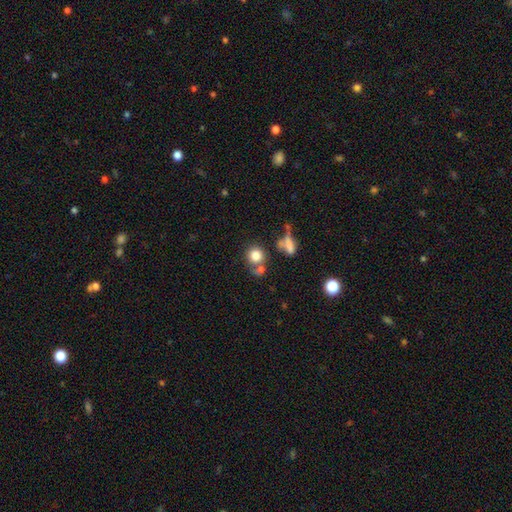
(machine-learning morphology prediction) Smooth or featured?
  - smooth: 79% *
  - star or artifact: 11%
  - featured or disk: 10%
How rounded?
  - round: 84% *
  - in between: 14%
  - cigar-shaped: 2%
Merging?
  - none: 54% *
  - merger: 27%
  - minor disturbance: 12%
  - major disturbance: 7%